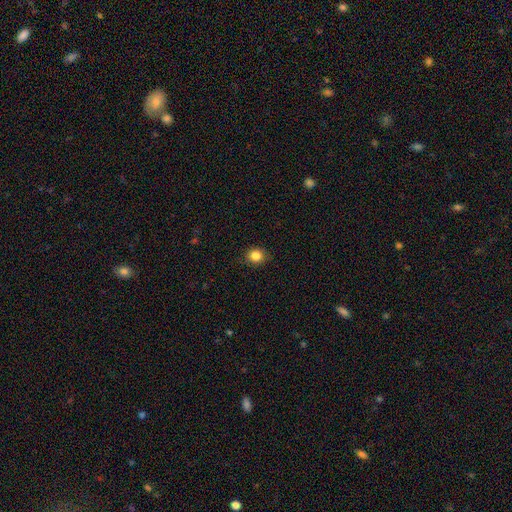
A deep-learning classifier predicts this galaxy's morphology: Overall: smooth (85%). How rounded: round (78%). Merging: none (88%).